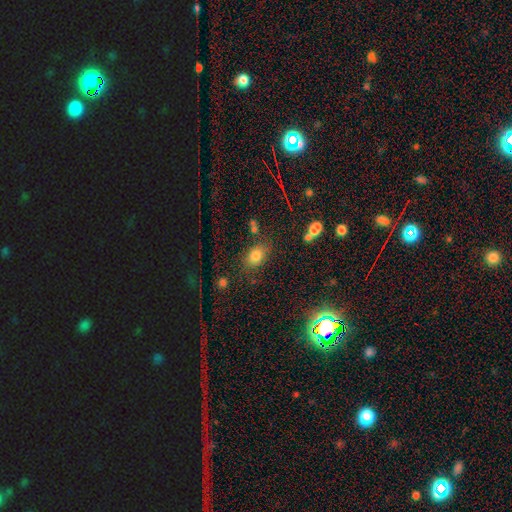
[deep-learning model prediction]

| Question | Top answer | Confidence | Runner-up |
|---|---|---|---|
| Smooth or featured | smooth | 78% | star or artifact (13%) |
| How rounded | in between | 72% | round (26%) |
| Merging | none | 73% | minor disturbance (15%) |